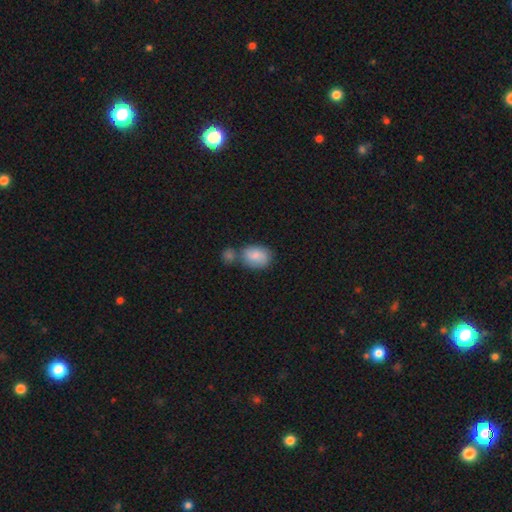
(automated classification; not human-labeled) Morphology: type=smooth (79%); roundness=in between (76%); merging=merger (42%).